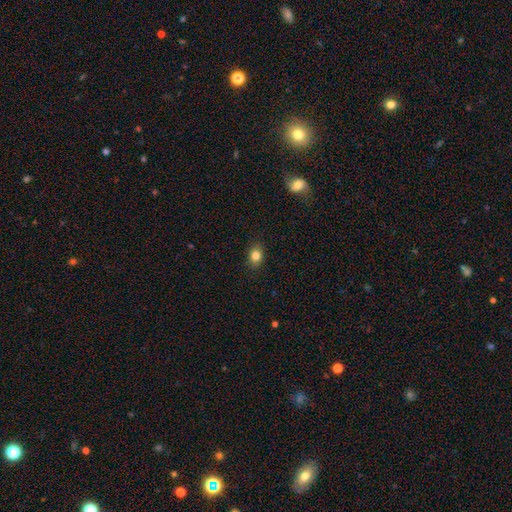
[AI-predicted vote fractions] Overall: smooth (83%). How rounded: in between (54%; round 45%). Merging: none (88%).